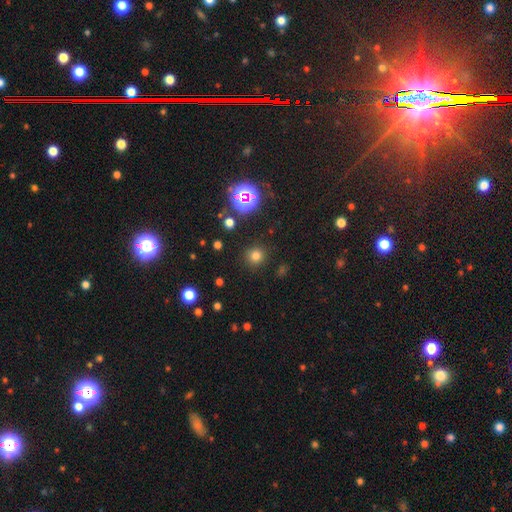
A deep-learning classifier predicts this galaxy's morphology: smooth-or-featured: smooth: 73% | star or artifact: 21% | featured or disk: 6%
  how-rounded: round: 93% | in between: 6% | cigar-shaped: 1%
  merging: none: 89% | minor disturbance: 6% | major disturbance: 3% | merger: 2%